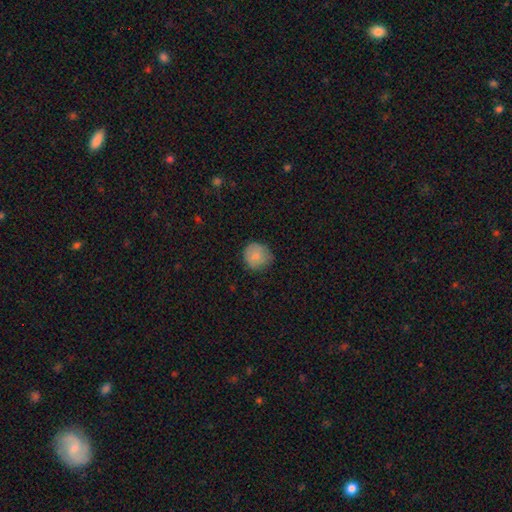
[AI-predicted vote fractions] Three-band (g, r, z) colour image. It shows a smooth galaxy with no disk features (84%) that is round (91%). Merging: none (78%).